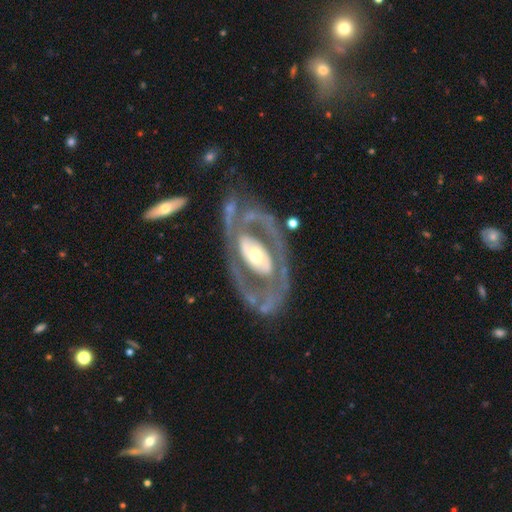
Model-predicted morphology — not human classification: Q: Smooth or featured?
A: featured or disk (82%); runner-up: smooth (14%)
Q: Edge-on disk?
A: no (94%); runner-up: yes (6%)
Q: Bar?
A: no (54%); runner-up: strong (23%)
Q: Spiral arms?
A: yes (55%); runner-up: no (45%)
Q: Bulge size?
A: moderate (64%); runner-up: small (18%)
Q: Merging?
A: none (64%); runner-up: minor disturbance (17%)